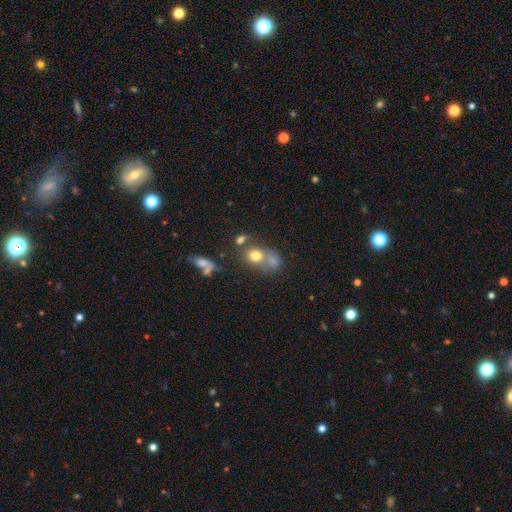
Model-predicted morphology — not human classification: A smooth galaxy with no disk features (71%) that is round (60%). Merging: merger (39%, tied with none).